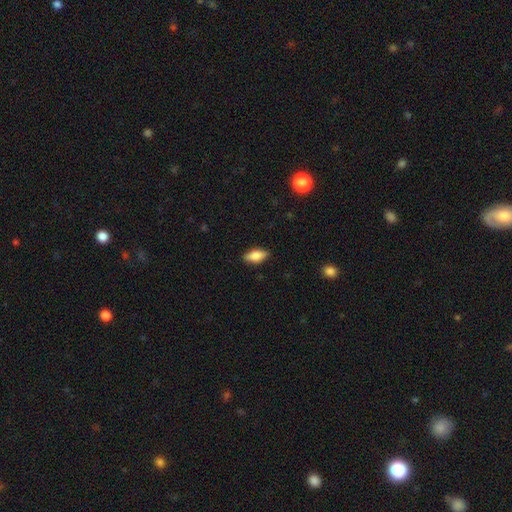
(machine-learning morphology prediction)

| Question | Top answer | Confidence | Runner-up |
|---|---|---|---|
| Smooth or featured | smooth | 81% | featured or disk (12%) |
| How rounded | in between | 87% | cigar-shaped (10%) |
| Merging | none | 88% | minor disturbance (9%) |